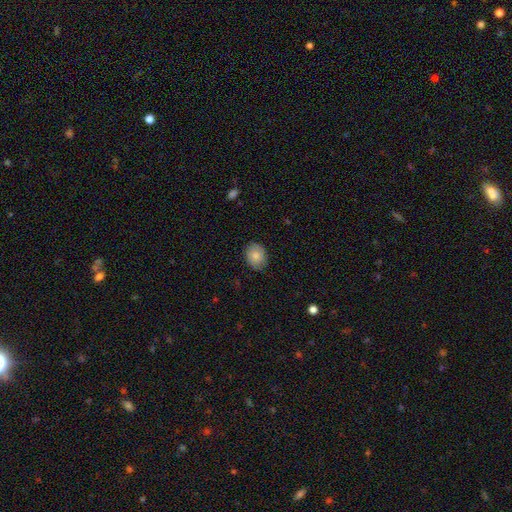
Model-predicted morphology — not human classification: Smooth or featured? smooth (79%)
How rounded? in between (60%)
Merging? none (82%)